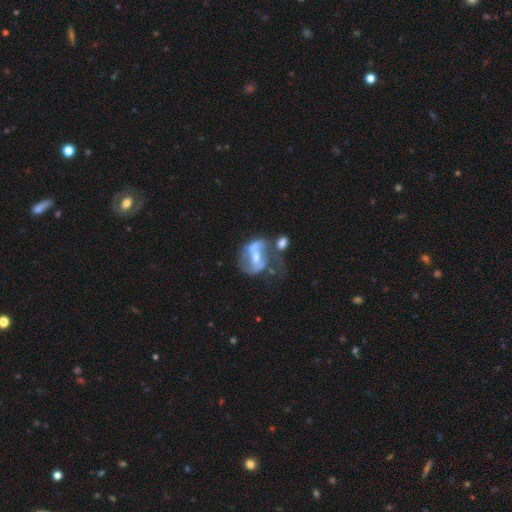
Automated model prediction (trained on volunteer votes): Smooth or featured? featured or disk (75%)
Edge-on disk? no (96%)
Bar? weak (36%)
Spiral arms? yes (68%)
Bulge size? moderate (61%)
Merging? merger (35%)